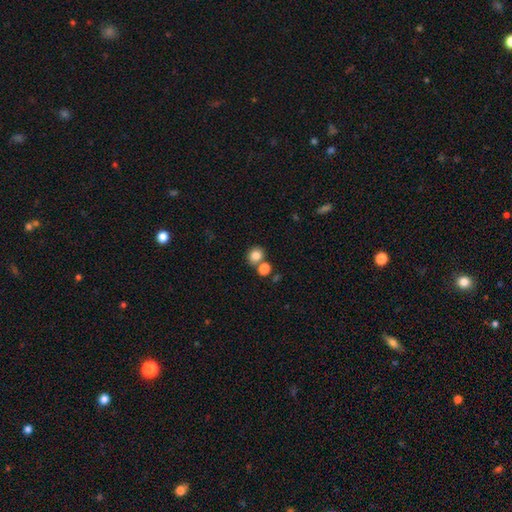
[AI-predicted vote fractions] smooth 82%, star or artifact 11%, featured or disk 7%. Down the decision tree: how rounded — round (82%); merging — none (64%).